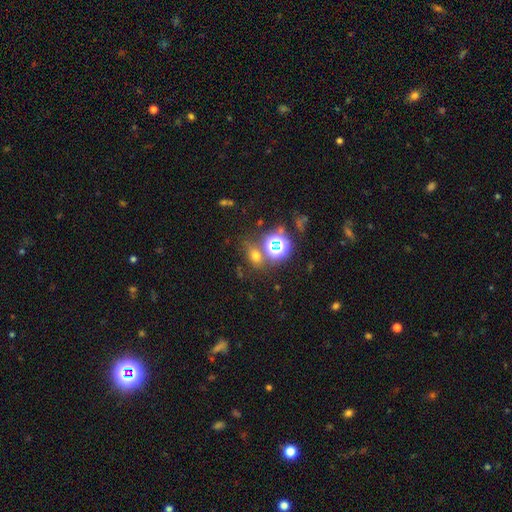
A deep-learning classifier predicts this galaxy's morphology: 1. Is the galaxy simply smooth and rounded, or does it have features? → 55% smooth, 36% star or artifact, 10% featured or disk.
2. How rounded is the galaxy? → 49% in between, 48% round, 3% cigar-shaped.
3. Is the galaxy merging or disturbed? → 68% none, 15% merger, 12% minor disturbance, 5% major disturbance.